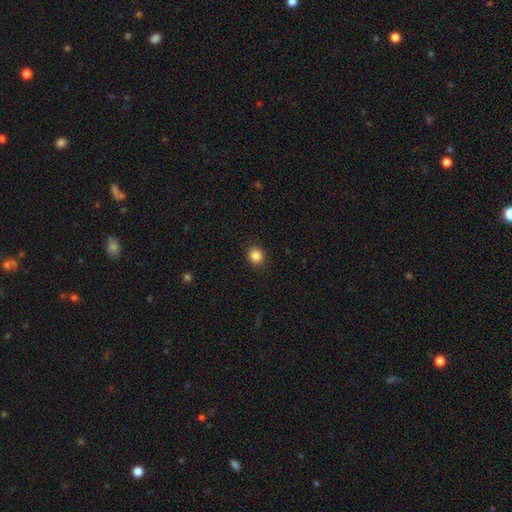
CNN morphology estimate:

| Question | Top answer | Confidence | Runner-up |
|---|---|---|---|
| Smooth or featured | smooth | 86% | star or artifact (11%) |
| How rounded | round | 89% | in between (10%) |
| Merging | none | 92% | minor disturbance (6%) |